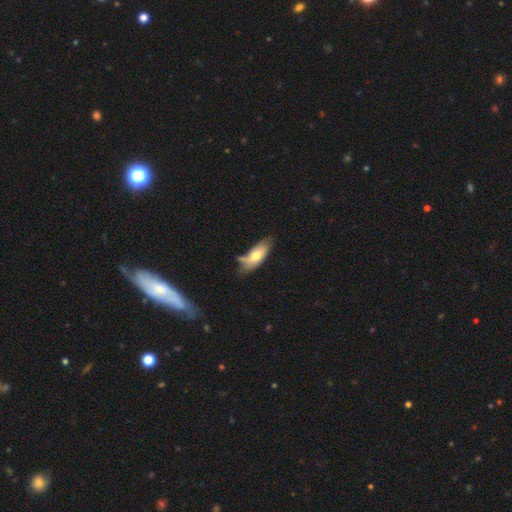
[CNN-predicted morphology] smooth_or_featured: smooth (p=0.66) [alt: featured or disk p=0.28]
how_rounded: in between (p=0.79) [alt: cigar-shaped p=0.19]
merging: none (p=0.57) [alt: minor disturbance p=0.26]